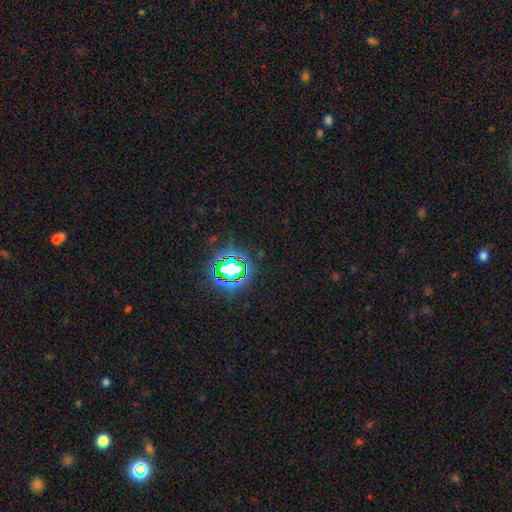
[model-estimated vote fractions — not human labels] Smooth or featured?
  - star or artifact: 79% *
  - smooth: 14%
  - featured or disk: 7%